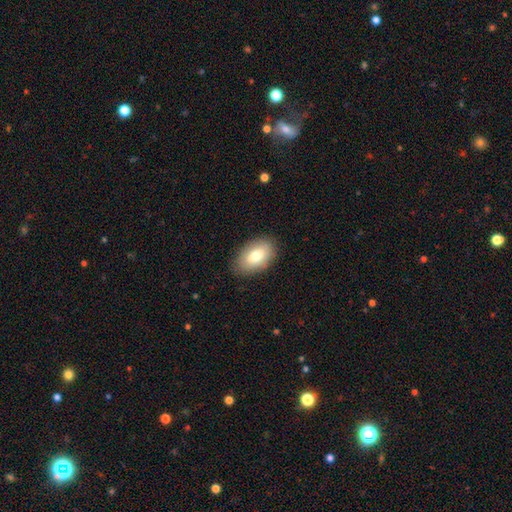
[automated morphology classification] smooth-or-featured: smooth: 75% | featured or disk: 18% | star or artifact: 7%
  how-rounded: in between: 93% | round: 6% | cigar-shaped: 2%
  merging: none: 85% | minor disturbance: 11% | major disturbance: 3% | merger: 1%